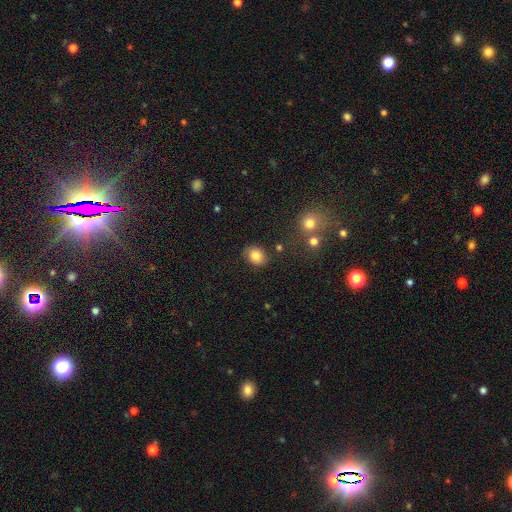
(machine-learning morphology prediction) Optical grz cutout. It shows a smooth galaxy with no disk features (82%) that is in between round and cigar-shaped (53%). Merging: none (83%).